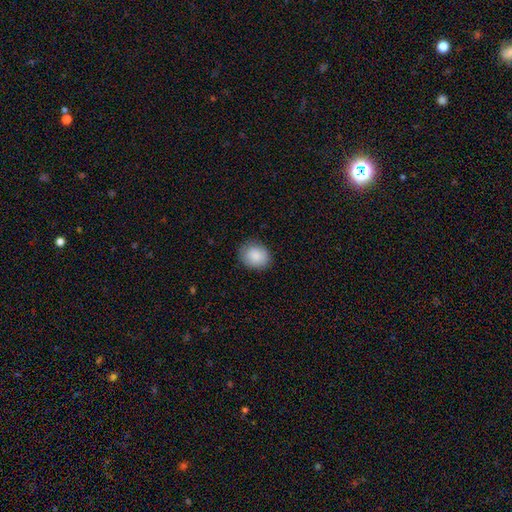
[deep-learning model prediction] Smooth or featured?
  - smooth: 88% *
  - star or artifact: 7%
  - featured or disk: 5%
How rounded?
  - round: 56% *
  - in between: 44%
  - cigar-shaped: 1%
Merging?
  - none: 84% *
  - minor disturbance: 13%
  - major disturbance: 3%
  - merger: 1%